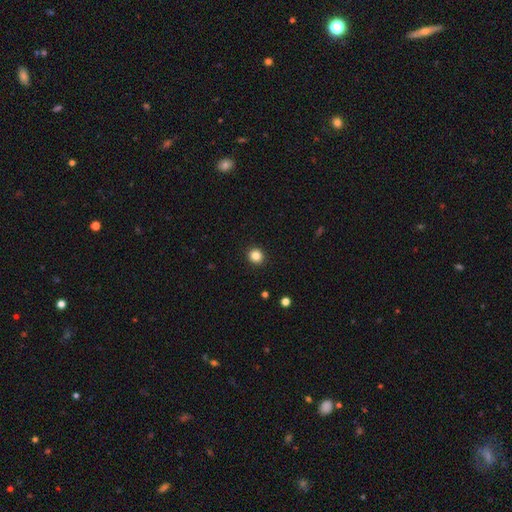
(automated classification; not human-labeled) This is clearly a smooth galaxy (85%). How rounded: clearly round (90%). Merging: clearly none (93%).